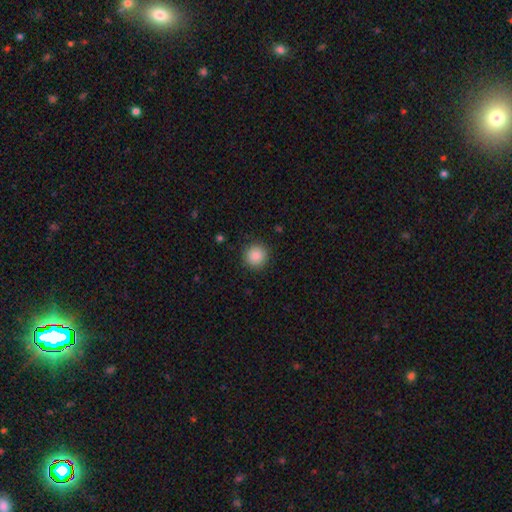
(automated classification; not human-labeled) Q: Smooth or featured?
A: smooth (88%); runner-up: star or artifact (9%)
Q: How rounded?
A: round (94%); runner-up: in between (5%)
Q: Merging?
A: none (91%); runner-up: minor disturbance (6%)